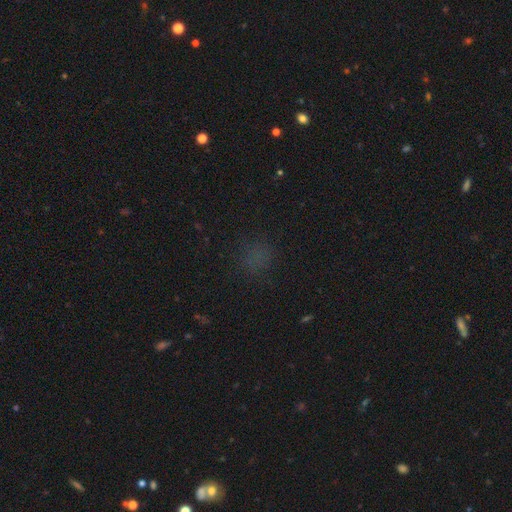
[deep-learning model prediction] Smooth or featured: smooth — 58% (star or artifact — 34%)
How rounded: round — 84% (in between — 14%)
Merging: none — 83% (minor disturbance — 10%)